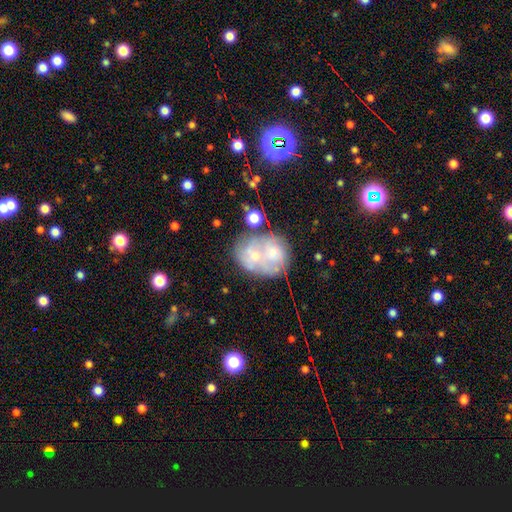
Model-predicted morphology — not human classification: Q: Smooth or featured?
A: featured or disk (50%); runner-up: smooth (40%)
Q: Merging?
A: merger (40%); runner-up: none (30%)